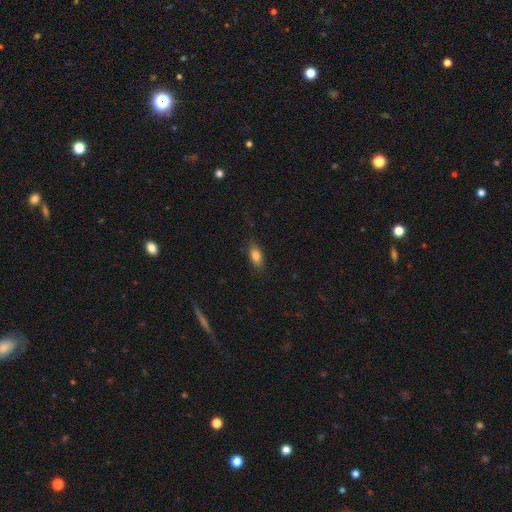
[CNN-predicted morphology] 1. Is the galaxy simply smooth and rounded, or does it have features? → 82% smooth, 10% featured or disk, 9% star or artifact.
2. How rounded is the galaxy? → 84% in between, 9% cigar-shaped, 7% round.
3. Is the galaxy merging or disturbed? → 82% none, 14% minor disturbance, 3% major disturbance, 1% merger.